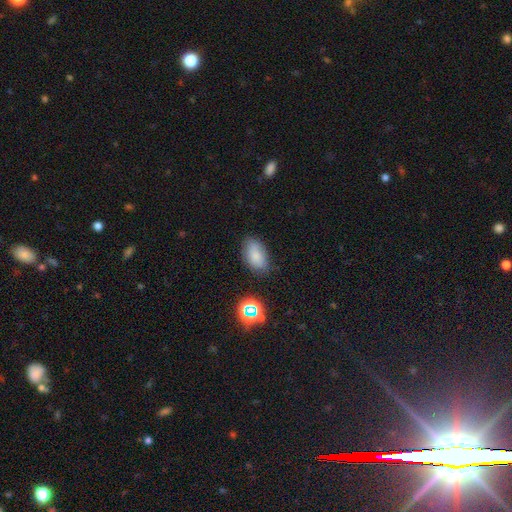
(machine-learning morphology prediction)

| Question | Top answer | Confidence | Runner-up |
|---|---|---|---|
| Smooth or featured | smooth | 79% | star or artifact (12%) |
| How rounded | in between | 92% | round (6%) |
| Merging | none | 75% | minor disturbance (18%) |